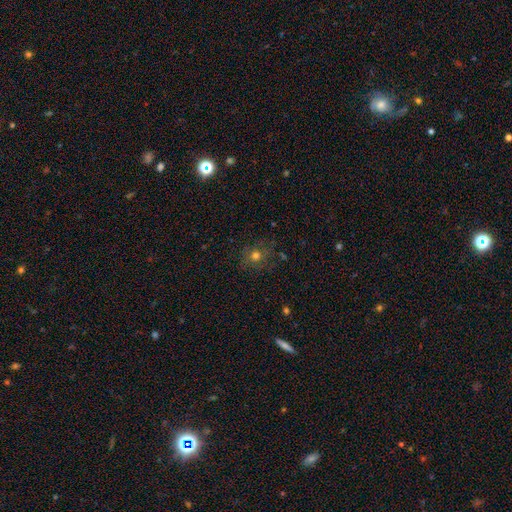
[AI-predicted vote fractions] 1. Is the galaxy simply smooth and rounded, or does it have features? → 60% smooth, 22% star or artifact, 18% featured or disk.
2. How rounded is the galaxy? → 84% round, 15% in between, 1% cigar-shaped.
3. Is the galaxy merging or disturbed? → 76% none, 15% minor disturbance, 7% major disturbance, 2% merger.